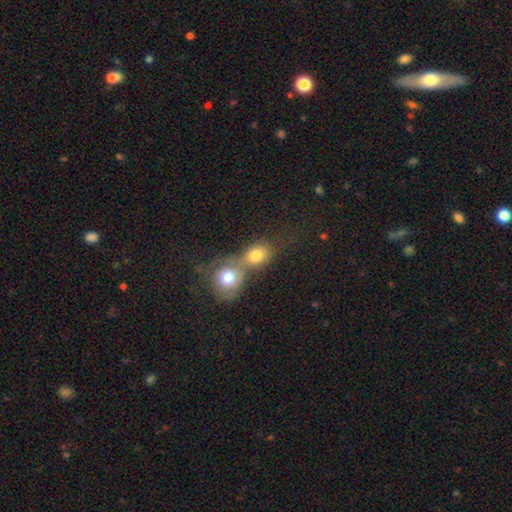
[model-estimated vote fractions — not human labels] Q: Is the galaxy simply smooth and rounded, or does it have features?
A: smooth — 75%.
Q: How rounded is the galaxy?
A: round — 64%.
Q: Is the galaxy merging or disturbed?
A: merger — 65%.